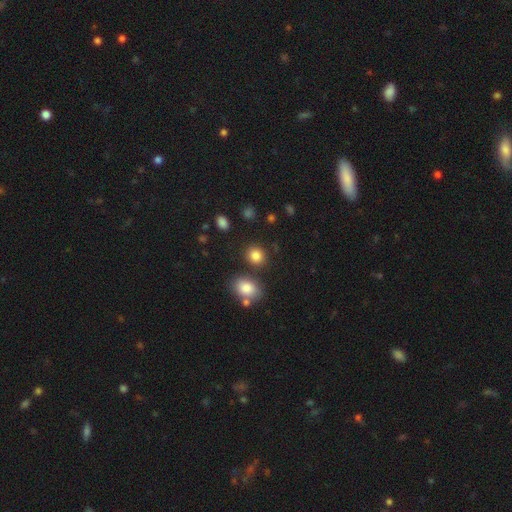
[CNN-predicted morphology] Q: Smooth or featured?
A: smooth (84%); runner-up: star or artifact (10%)
Q: How rounded?
A: round (75%); runner-up: in between (24%)
Q: Merging?
A: none (80%); runner-up: minor disturbance (9%)